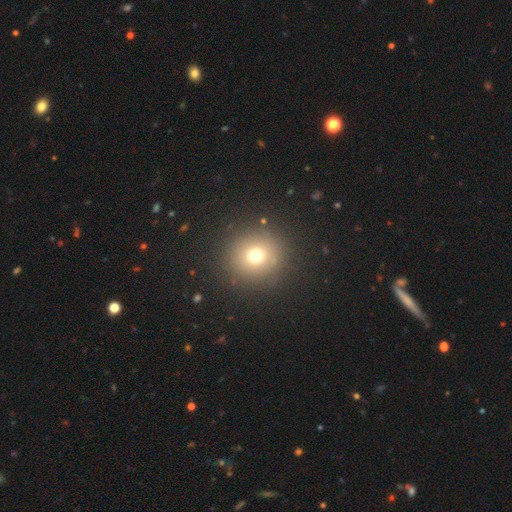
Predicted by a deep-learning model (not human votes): A smooth galaxy with no disk features (71%) that is round (92%).

Vote fractions:
- Smooth or featured? smooth: 71% / star or artifact: 18% / featured or disk: 11%
- How rounded? round: 92% / in between: 7% / cigar-shaped: 1%
- Merging? none: 88% / minor disturbance: 7% / major disturbance: 4% / merger: 2%